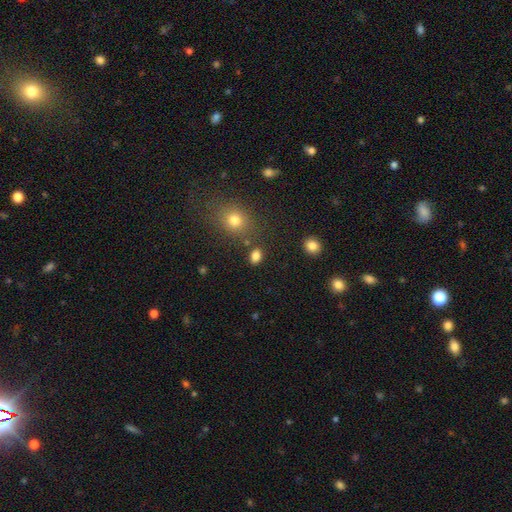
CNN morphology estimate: smooth_or_featured: smooth (p=0.83) [alt: star or artifact p=0.12]
how_rounded: in between (p=0.74) [alt: round p=0.24]
merging: none (p=0.79) [alt: minor disturbance p=0.11]